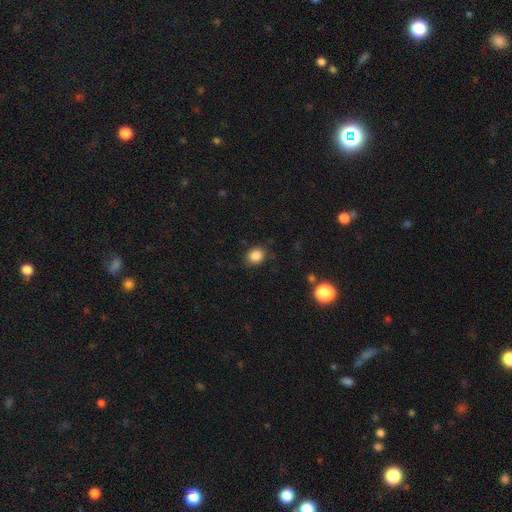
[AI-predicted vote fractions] Q: Smooth or featured?
A: smooth (85%); runner-up: star or artifact (10%)
Q: How rounded?
A: round (55%); runner-up: in between (44%)
Q: Merging?
A: none (86%); runner-up: minor disturbance (10%)